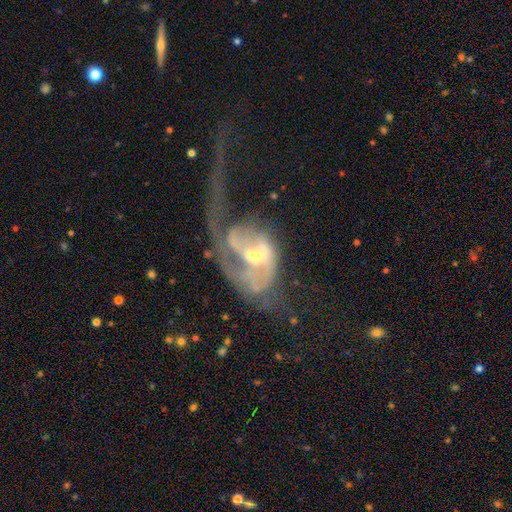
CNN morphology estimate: Smooth or featured?
  - featured or disk: 79% *
  - smooth: 13%
  - star or artifact: 8%
Edge-on disk?
  - no: 97% *
  - yes: 3%
Bar?
  - no: 50% *
  - weak: 37%
  - strong: 13%
Spiral arms?
  - yes: 75% *
  - no: 25%
Spiral winding?
  - loose: 52% *
  - medium: 34%
  - tight: 14%
Spiral arm count?
  - 2: 39% *
  - 1: 30%
  - can't tell: 20%
  - 3: 6%
  - 4: 3%
  - more than 4: 3%
Bulge size?
  - moderate: 50% *
  - small: 38%
  - none: 5%
  - large: 5%
  - dominant: 2%
Merging?
  - major disturbance: 46% *
  - merger: 32%
  - none: 13%
  - minor disturbance: 9%